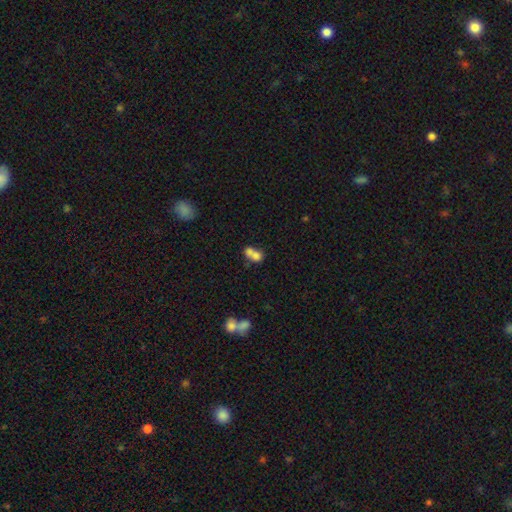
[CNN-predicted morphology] Overall: smooth (71%). How rounded: in between (49%, tied with round). Merging: merger (68%).